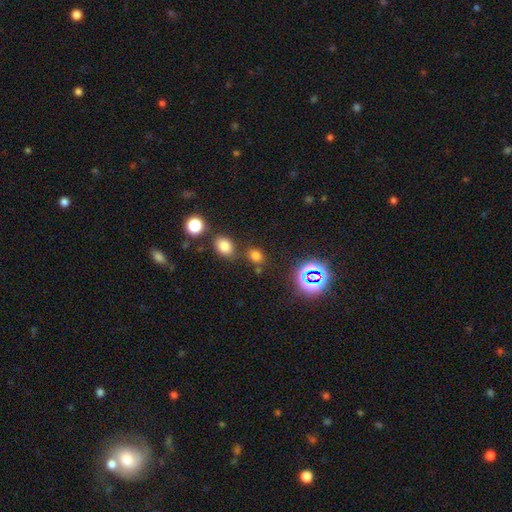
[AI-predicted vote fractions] Overall: smooth (70%). How rounded: round (54%; in between 45%). Merging: none (72%).